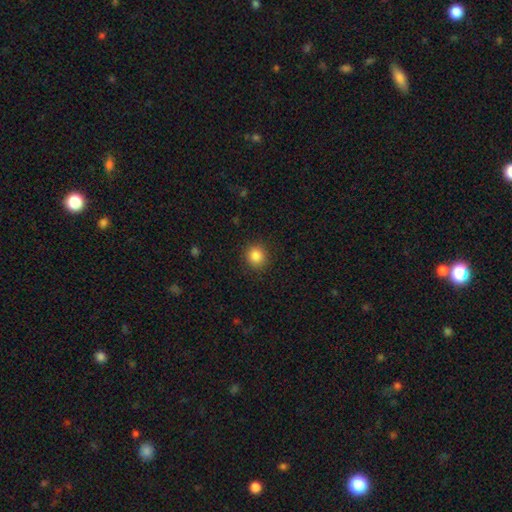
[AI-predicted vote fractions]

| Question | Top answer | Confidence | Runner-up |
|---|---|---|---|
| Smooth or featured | smooth | 86% | star or artifact (10%) |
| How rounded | round | 90% | in between (9%) |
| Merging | none | 90% | minor disturbance (6%) |